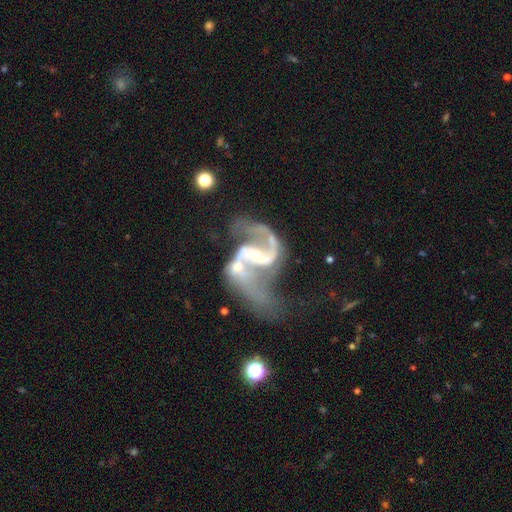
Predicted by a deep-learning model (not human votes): The model was most divided on "merging": merger: 36%, none: 29%, major disturbance: 21%, minor disturbance: 14%. Remaining: edge-on disk — no (98%); spiral arms — yes (97%); smooth or featured — featured or disk (91%); spiral arm count — 2 (91%); bulge size — small (59%); spiral winding — loose (52%); bar — weak (43%).